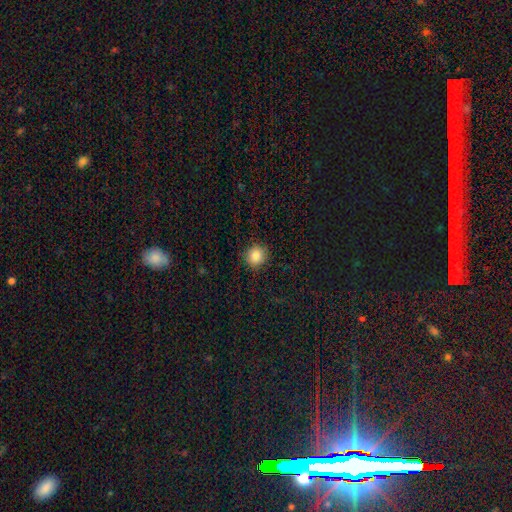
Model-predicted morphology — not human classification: This is clearly a smooth galaxy (86%). How rounded: clearly round (89%). Merging: clearly none (89%).